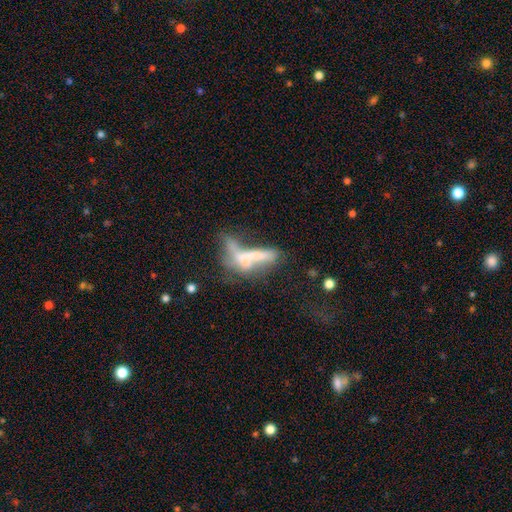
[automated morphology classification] Smooth or featured? smooth (45%)
Merging? merger (53%)